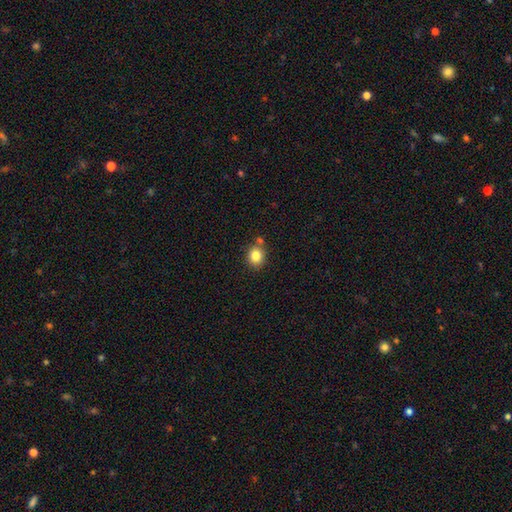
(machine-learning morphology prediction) smooth_or_featured: smooth (p=0.83) [alt: star or artifact p=0.10]
how_rounded: round (p=0.72) [alt: in between p=0.27]
merging: none (p=0.75) [alt: merger p=0.11]